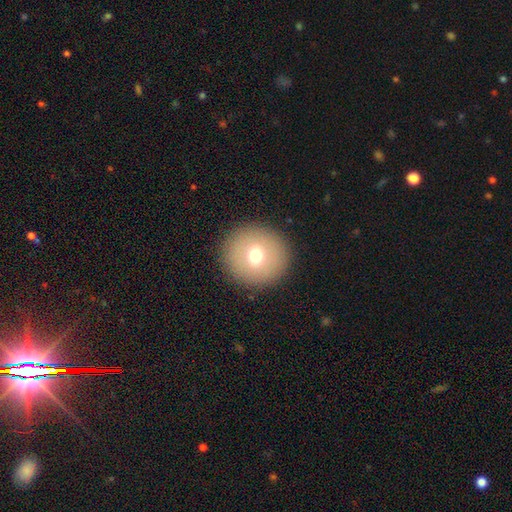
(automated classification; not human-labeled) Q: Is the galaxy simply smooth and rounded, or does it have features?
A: smooth — 69%.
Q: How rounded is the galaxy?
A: round — 95%.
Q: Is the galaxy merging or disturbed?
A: none — 91%.